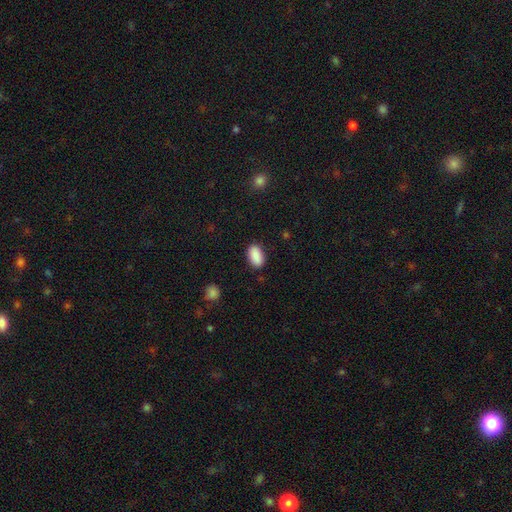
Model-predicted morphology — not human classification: This appears to be a smooth galaxy with no disk features (89%) that is in between round and cigar-shaped (92%). Merging: none (86%).